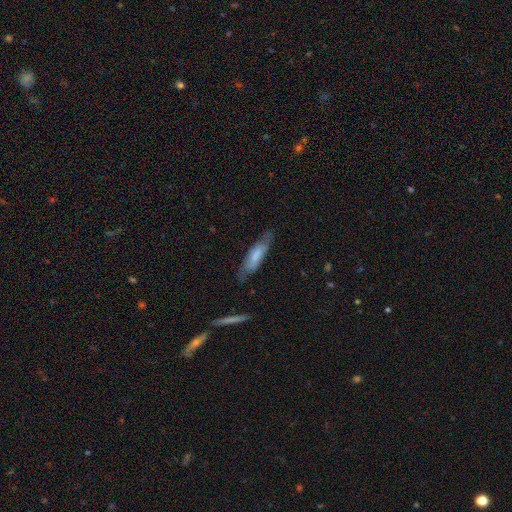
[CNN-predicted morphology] Overall: smooth (61%; featured or disk 33%). How rounded: cigar-shaped (67%; in between 32%). Merging: none (72%).